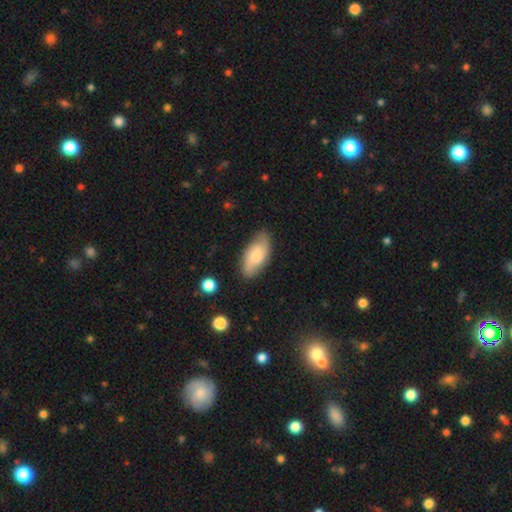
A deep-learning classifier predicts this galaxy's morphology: This appears to be a smooth galaxy with no disk features (55%) that is in between round and cigar-shaped (91%). Merging: none (77%).